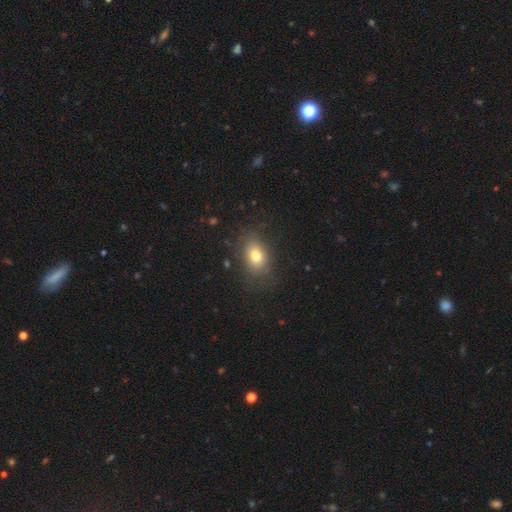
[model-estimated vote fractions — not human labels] Smooth or featured: smooth — 75% (featured or disk — 13%)
How rounded: in between — 72% (round — 27%)
Merging: none — 77% (minor disturbance — 15%)